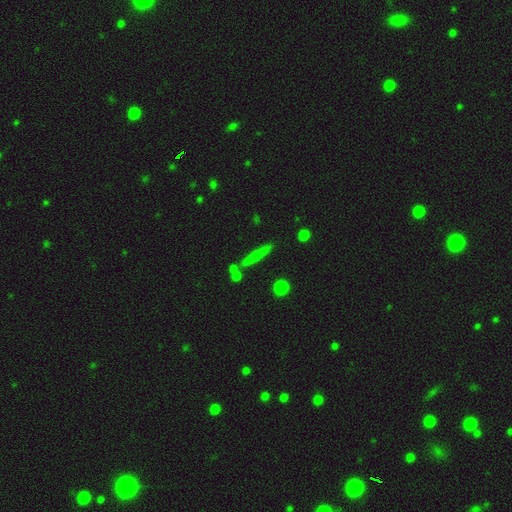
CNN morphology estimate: A smooth galaxy with no disk features (62%) that is cigar-shaped (91%). Merging: none (77%).